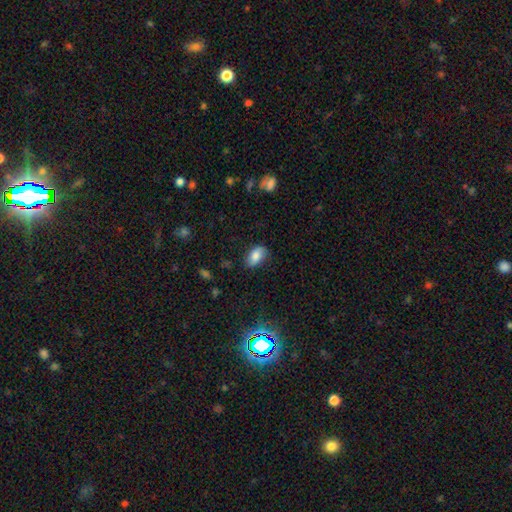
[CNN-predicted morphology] This is likely a smooth galaxy (77%). How rounded: clearly in between (90%). Merging: likely none (72%).